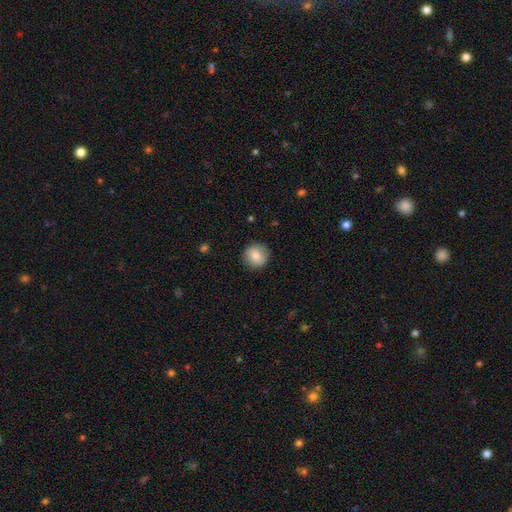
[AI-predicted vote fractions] smooth 81%, featured or disk 11%, star or artifact 8%. Down the decision tree: how rounded — round (93%); merging — none (90%).